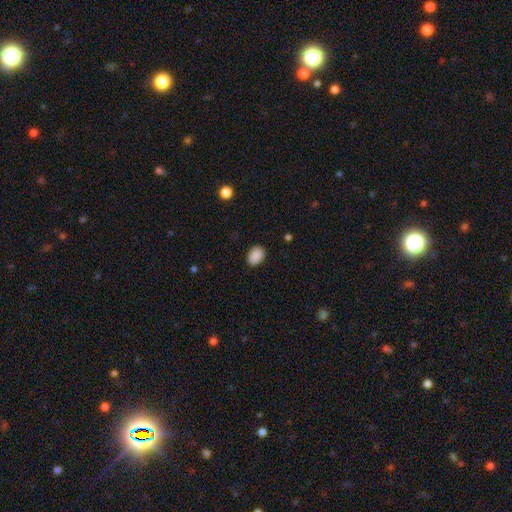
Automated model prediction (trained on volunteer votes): smooth-or-featured: smooth: 89% | star or artifact: 8% | featured or disk: 3%
  how-rounded: in between: 73% | round: 26% | cigar-shaped: 1%
  merging: none: 86% | minor disturbance: 10% | major disturbance: 2% | merger: 1%